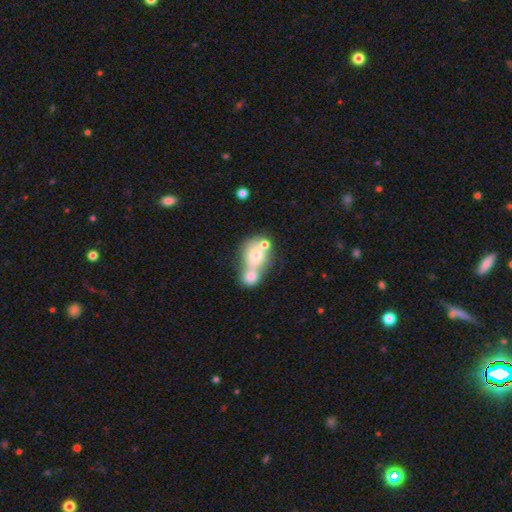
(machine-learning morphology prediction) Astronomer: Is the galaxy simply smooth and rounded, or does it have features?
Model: smooth — 62%.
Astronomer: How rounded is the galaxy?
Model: round — 55% (runner-up: in between, 43%).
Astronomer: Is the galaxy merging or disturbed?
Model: merger — 65%.